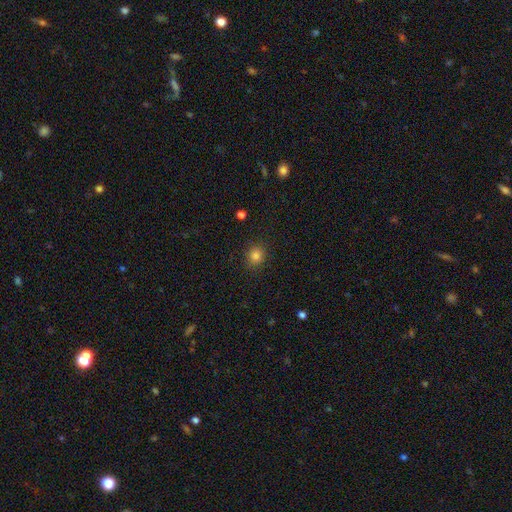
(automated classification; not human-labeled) smooth 83%, star or artifact 13%, featured or disk 5%. Down the decision tree: how rounded — round (80%); merging — none (88%).